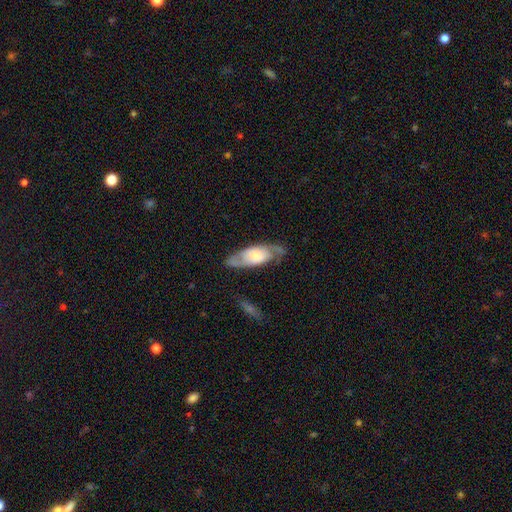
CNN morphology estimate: The model was most divided on "smooth or featured": featured or disk: 57%, smooth: 37%, star or artifact: 6%. More confident: edge-on disk — no (79%); merging — none (67%).